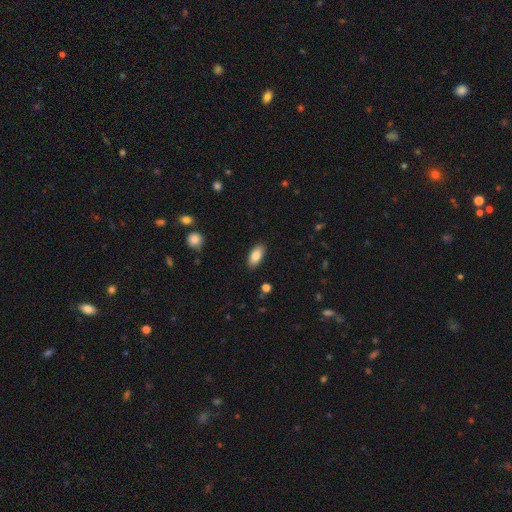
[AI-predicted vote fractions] This appears to be a smooth galaxy with no disk features (85%) that is in between round and cigar-shaped (90%). Merging: none (88%).